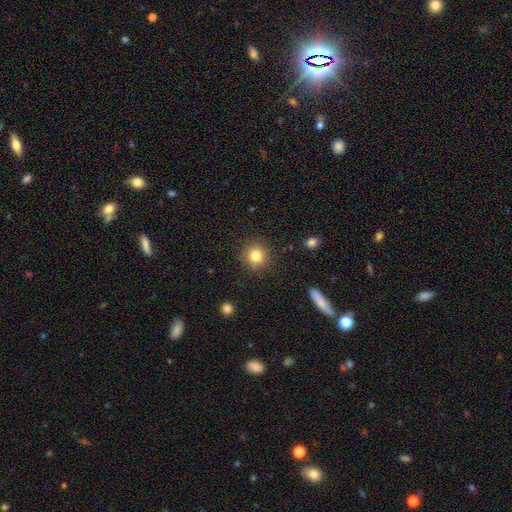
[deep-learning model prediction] A smooth galaxy with no disk features (82%) that is round (91%). Merging: none (89%).